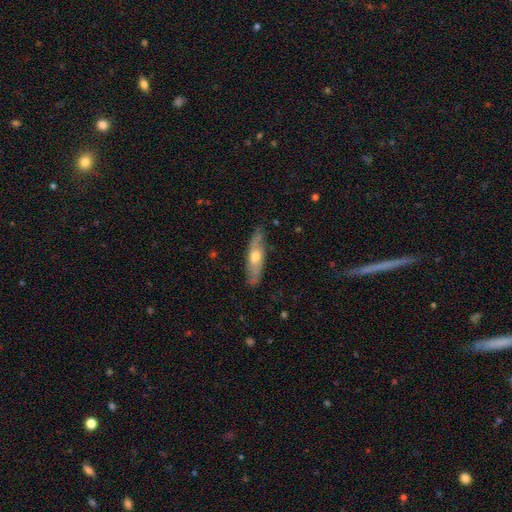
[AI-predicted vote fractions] Smooth or featured? featured or disk (57%)
Edge-on disk? yes (62%)
Merging? none (82%)